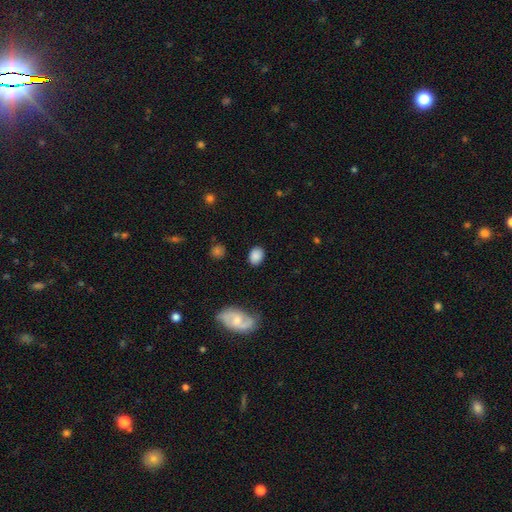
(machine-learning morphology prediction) smooth 84%, star or artifact 9%, featured or disk 7%. Down the decision tree: how rounded — in between (64%); merging — none (85%).